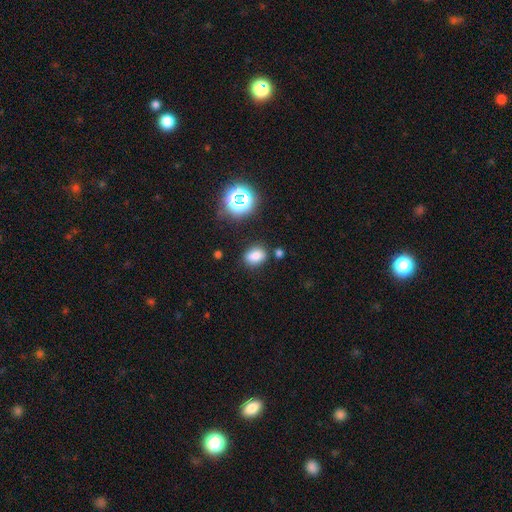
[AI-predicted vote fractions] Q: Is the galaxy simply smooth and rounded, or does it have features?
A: smooth — 77%.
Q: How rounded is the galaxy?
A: in between — 68%.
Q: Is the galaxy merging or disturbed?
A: none — 77%.